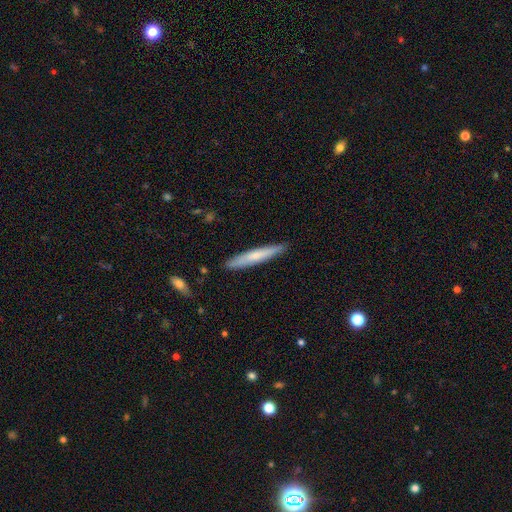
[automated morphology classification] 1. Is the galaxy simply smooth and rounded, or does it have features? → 62% smooth, 33% featured or disk, 6% star or artifact.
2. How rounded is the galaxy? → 95% cigar-shaped, 4% in between, 1% round.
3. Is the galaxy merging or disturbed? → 89% none, 8% minor disturbance, 1% major disturbance, 1% merger.